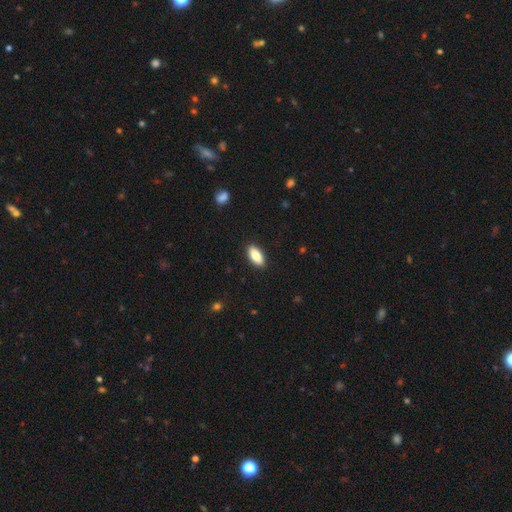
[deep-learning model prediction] Smooth or featured? smooth (82%)
How rounded? in between (86%)
Merging? none (90%)